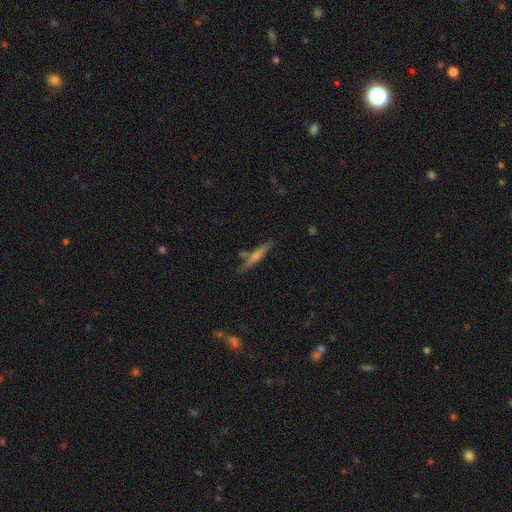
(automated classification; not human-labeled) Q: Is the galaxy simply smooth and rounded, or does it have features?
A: featured or disk — 58%.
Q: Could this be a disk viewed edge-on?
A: yes — 93%.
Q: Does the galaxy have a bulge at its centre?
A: rounded — 60%.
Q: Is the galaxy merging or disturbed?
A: none — 80%.